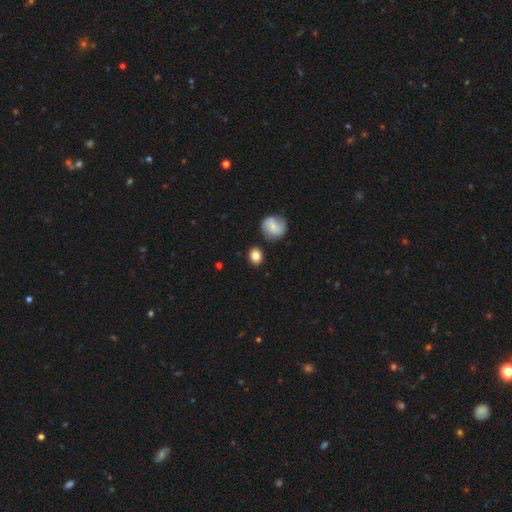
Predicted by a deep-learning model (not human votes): smooth-or-featured: smooth: 82% | featured or disk: 10% | star or artifact: 8%
  how-rounded: round: 75% | in between: 24% | cigar-shaped: 1%
  merging: none: 84% | minor disturbance: 9% | merger: 5% | major disturbance: 2%